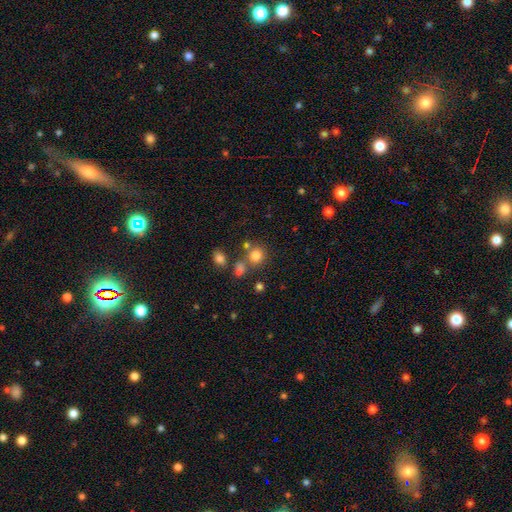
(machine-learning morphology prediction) smooth_or_featured: smooth (p=0.78) [alt: star or artifact p=0.15]
how_rounded: round (p=0.84) [alt: in between p=0.15]
merging: none (p=0.66) [alt: merger p=0.19]